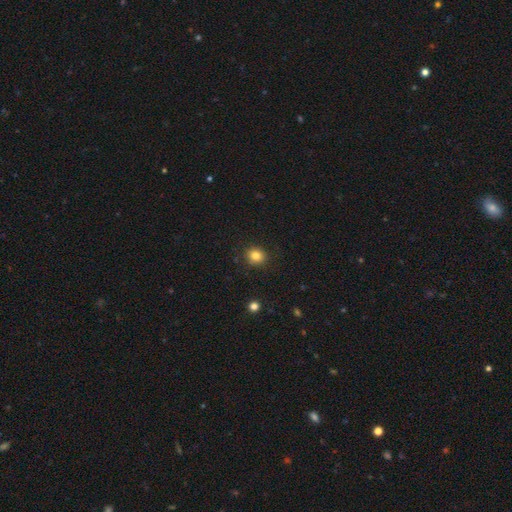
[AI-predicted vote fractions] Smooth or featured? Predicted: smooth (p=0.82). How rounded? Predicted: round (p=0.83). Merging? Predicted: none (p=0.89).